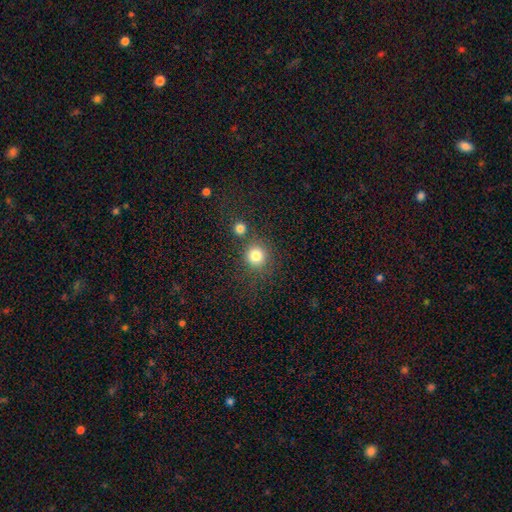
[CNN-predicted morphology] smooth 81%, star or artifact 12%, featured or disk 6%. Down the decision tree: how rounded — round (92%); merging — none (71%).